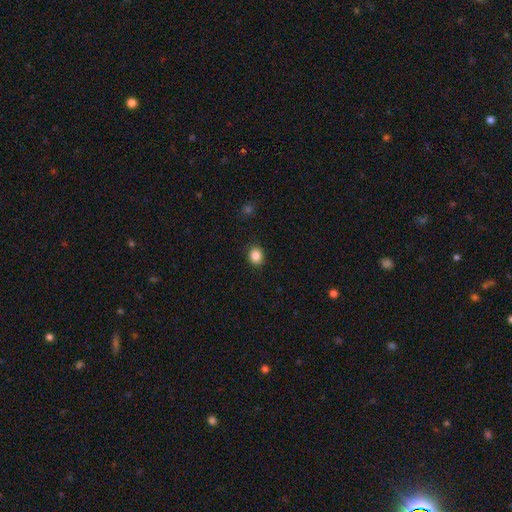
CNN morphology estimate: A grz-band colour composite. It shows a smooth galaxy with no disk features (86%) that is round (65%). Merging: none (89%).